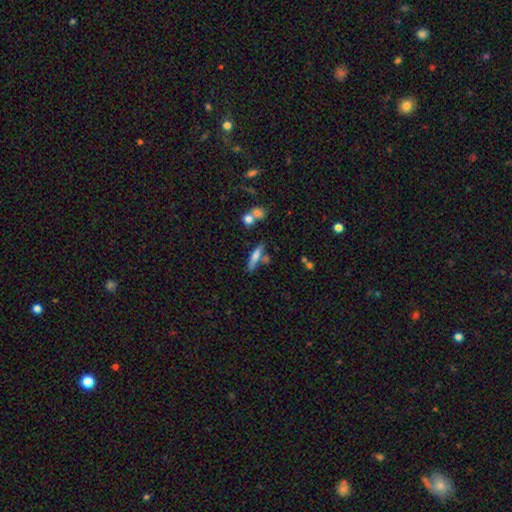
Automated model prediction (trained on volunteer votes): Q: Smooth or featured?
A: smooth (62%); runner-up: featured or disk (29%)
Q: How rounded?
A: cigar-shaped (77%); runner-up: in between (20%)
Q: Merging?
A: none (61%); runner-up: merger (18%)